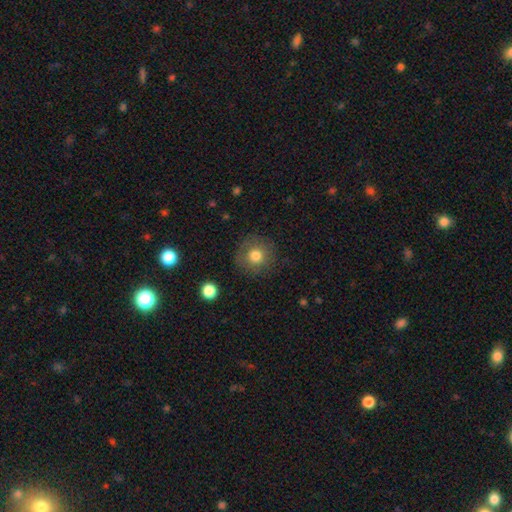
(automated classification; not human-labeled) Smooth or featured? smooth (76%)
How rounded? round (93%)
Merging? none (83%)